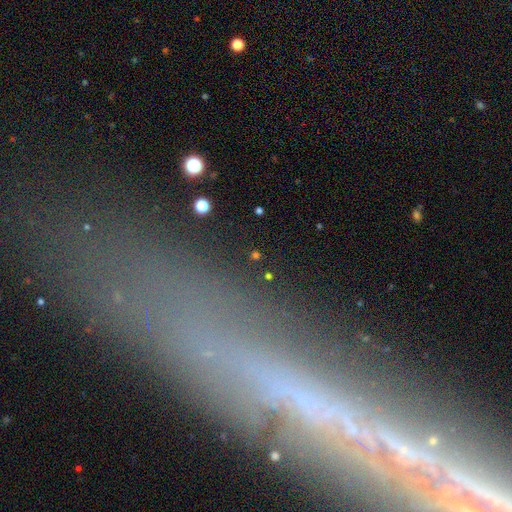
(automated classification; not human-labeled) This is possibly a star or artifact rather than a galaxy (58%).